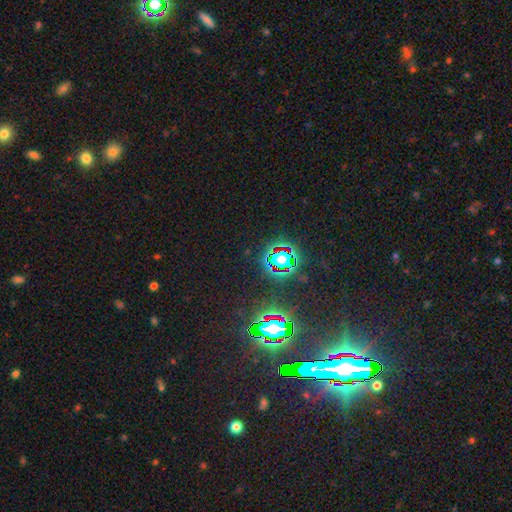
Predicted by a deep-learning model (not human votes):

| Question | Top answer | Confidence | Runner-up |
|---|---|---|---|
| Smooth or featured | star or artifact | 84% | smooth (9%) |